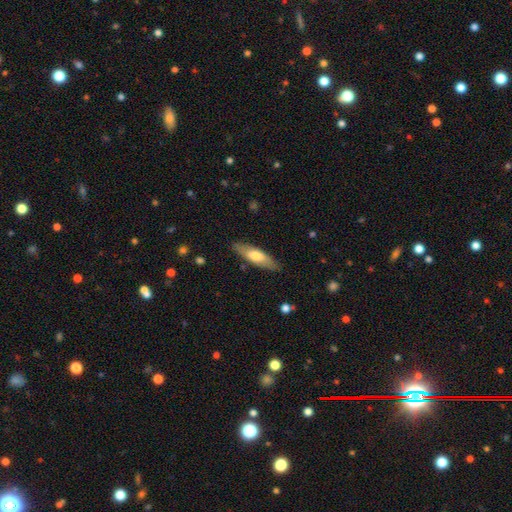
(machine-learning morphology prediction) type=smooth (62%); roundness=cigar-shaped (56%); merging=none (85%).